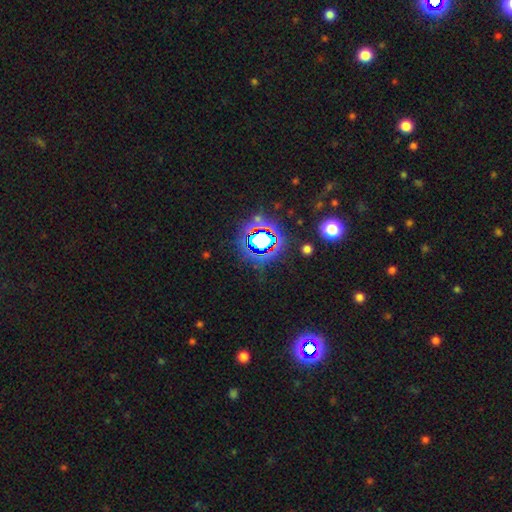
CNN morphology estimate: A star or artifact, not a galaxy (79%).

Vote fractions:
- Smooth or featured? star or artifact: 79% / smooth: 14% / featured or disk: 8%